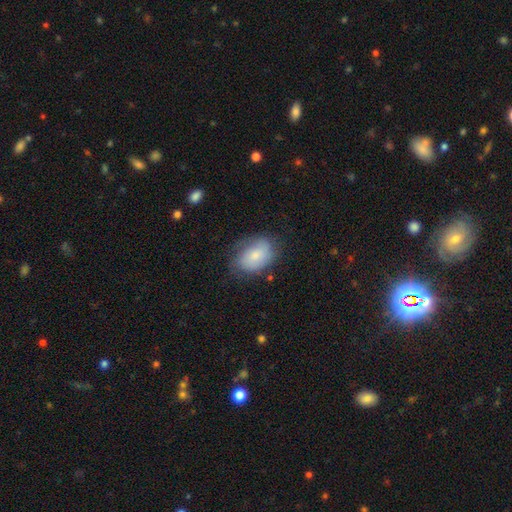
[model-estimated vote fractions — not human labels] A smooth galaxy with no disk features (72%) that is in between round and cigar-shaped (83%).

Vote fractions:
- Smooth or featured? smooth: 72% / featured or disk: 21% / star or artifact: 7%
- How rounded? in between: 83% / round: 16% / cigar-shaped: 1%
- Merging? none: 64% / minor disturbance: 26% / major disturbance: 9% / merger: 2%